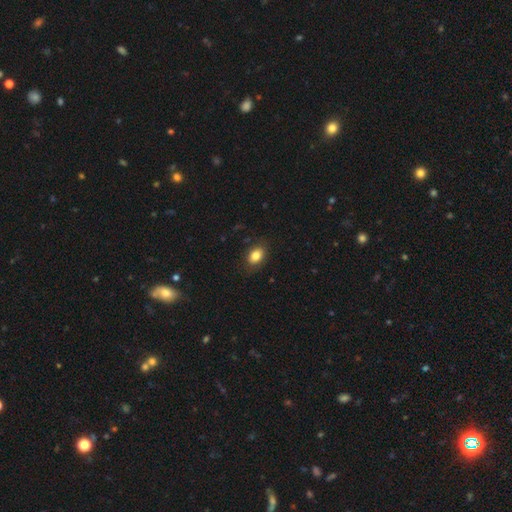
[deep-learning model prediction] Morphology: type=smooth (83%); roundness=in between (78%); merging=none (82%).